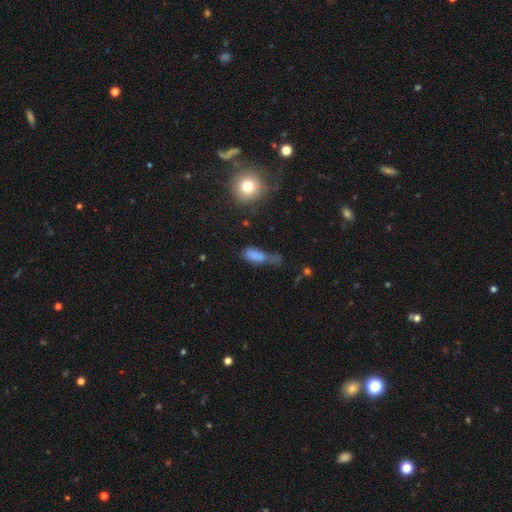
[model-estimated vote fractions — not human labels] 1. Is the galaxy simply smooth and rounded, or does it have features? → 72% smooth, 15% star or artifact, 14% featured or disk.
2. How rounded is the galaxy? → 64% in between, 30% cigar-shaped, 7% round.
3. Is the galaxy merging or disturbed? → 29% major disturbance, 27% none, 24% minor disturbance, 20% merger.